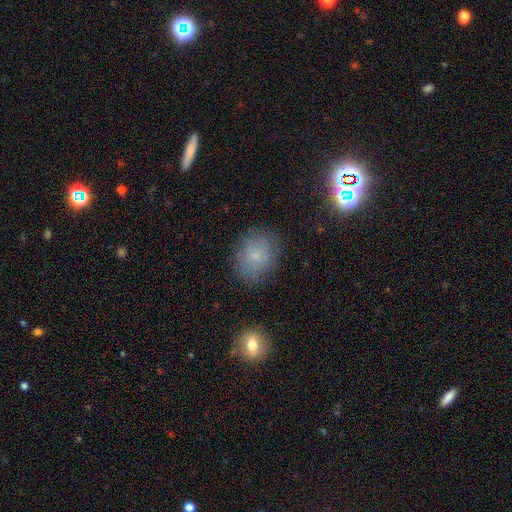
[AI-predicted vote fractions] This appears to be a smooth galaxy with no disk features (69%) that is round (53%). Merging: none (78%).